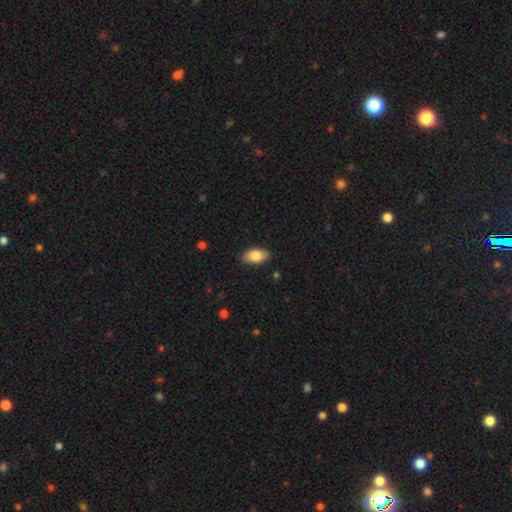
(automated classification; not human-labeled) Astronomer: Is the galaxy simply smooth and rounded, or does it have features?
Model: smooth — 83%.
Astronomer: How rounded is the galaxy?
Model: in between — 94%.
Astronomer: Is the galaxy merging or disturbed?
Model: none — 88%.